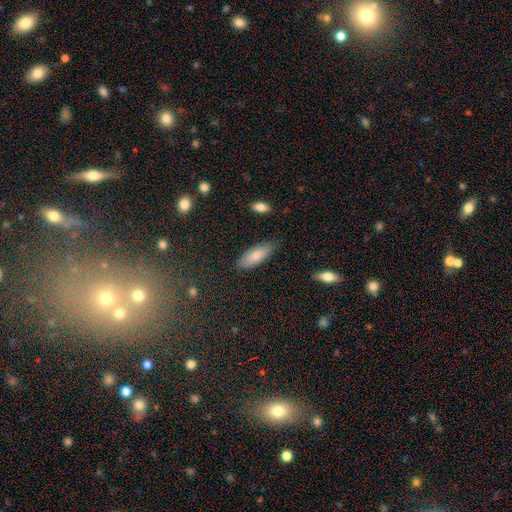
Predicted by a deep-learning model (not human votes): Morphology: type=smooth (83%); roundness=in between (68%); merging=none (78%).